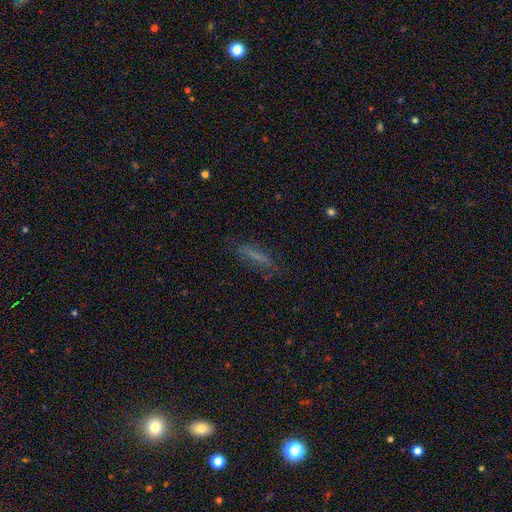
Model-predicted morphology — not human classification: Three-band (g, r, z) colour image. It shows a smooth galaxy with no disk features (63%) that is cigar-shaped (79%). Merging: none (75%).